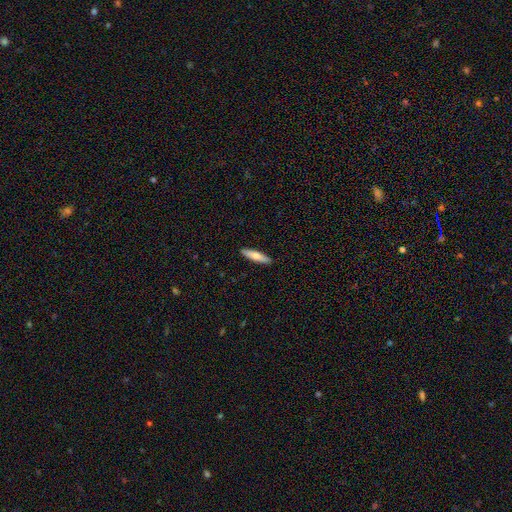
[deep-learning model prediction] Smooth or featured? Predicted: smooth (p=0.72). How rounded? Predicted: cigar-shaped (p=0.80). Merging? Predicted: none (p=0.91).